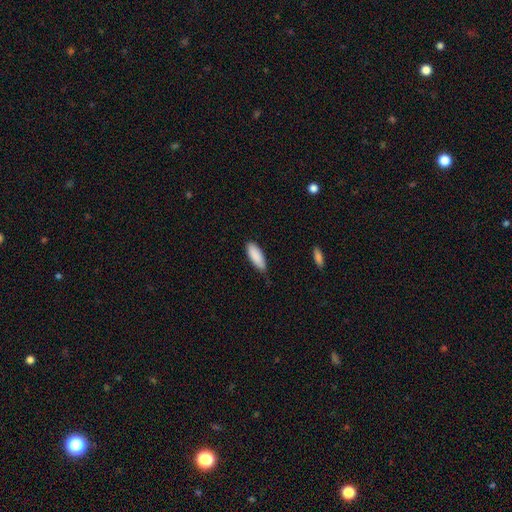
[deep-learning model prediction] A smooth galaxy with no disk features (90%) that is in between round and cigar-shaped (73%). Merging: none (74%).